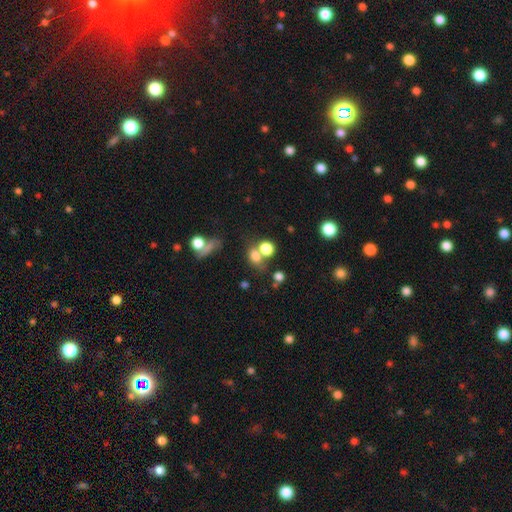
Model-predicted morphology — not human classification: Smooth or featured: smooth — 73% (star or artifact — 16%)
How rounded: round — 50% (in between — 48%)
Merging: none — 43% (merger — 38%)